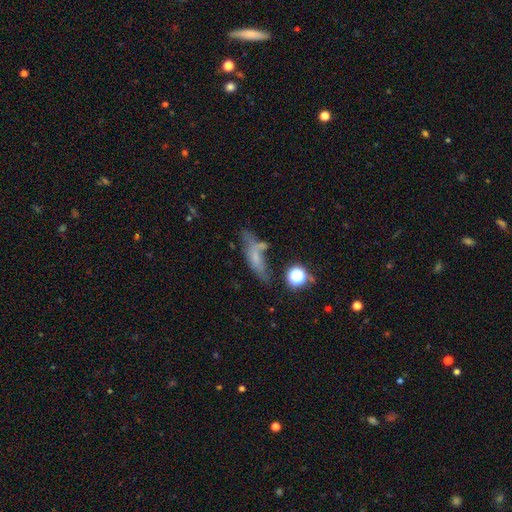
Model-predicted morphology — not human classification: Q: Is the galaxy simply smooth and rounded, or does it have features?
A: smooth — 50%.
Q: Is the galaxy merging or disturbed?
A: none — 43%.